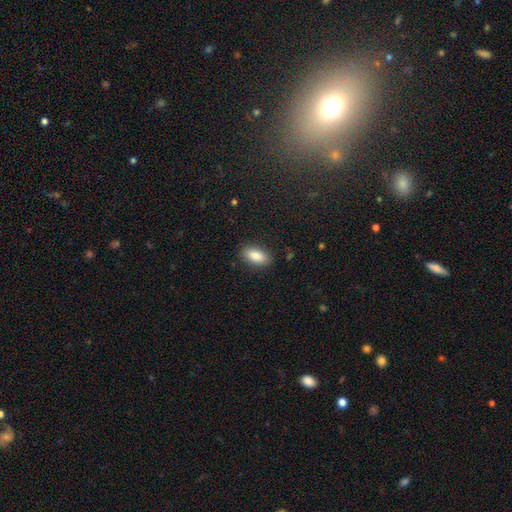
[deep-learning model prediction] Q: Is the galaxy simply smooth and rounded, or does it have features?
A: smooth — 86%.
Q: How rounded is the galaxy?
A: in between — 90%.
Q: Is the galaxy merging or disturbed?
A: none — 87%.